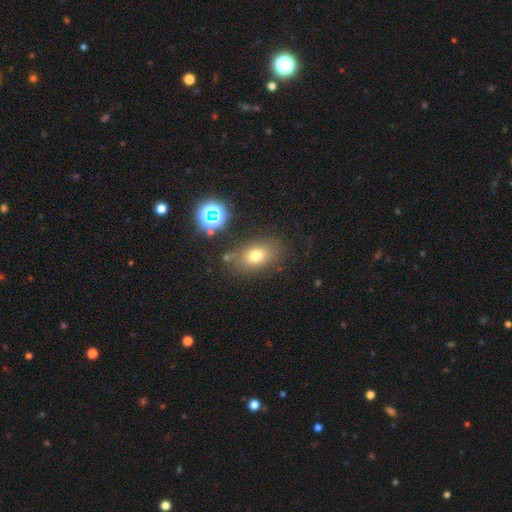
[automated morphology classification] Q: Smooth or featured?
A: smooth (72%); runner-up: star or artifact (16%)
Q: How rounded?
A: in between (75%); runner-up: round (23%)
Q: Merging?
A: none (73%); runner-up: minor disturbance (15%)